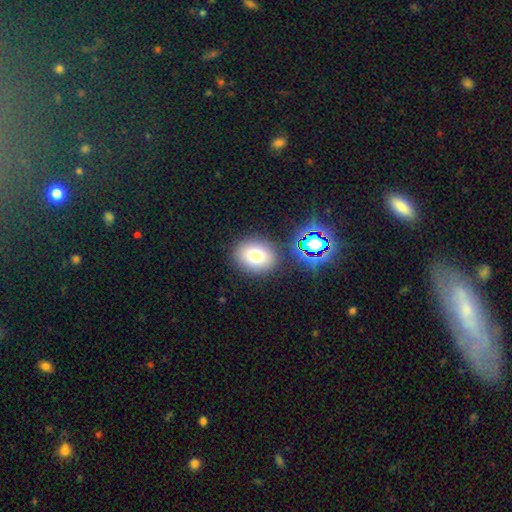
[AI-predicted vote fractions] Q: Smooth or featured?
A: smooth (75%); runner-up: star or artifact (14%)
Q: How rounded?
A: round (54%); runner-up: in between (45%)
Q: Merging?
A: none (84%); runner-up: minor disturbance (8%)